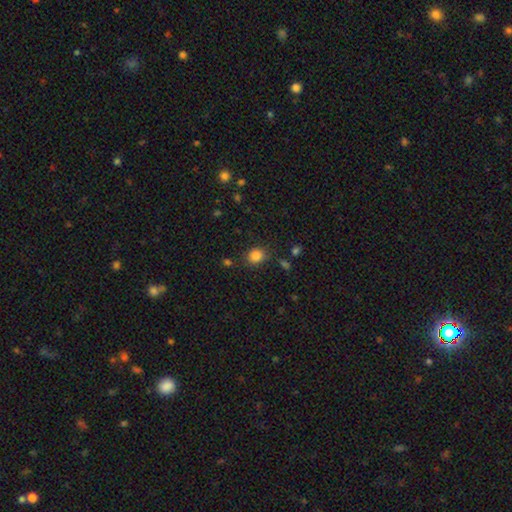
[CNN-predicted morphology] The model was most divided on "how rounded": round: 71%, in between: 28%, cigar-shaped: 1%. More confident: smooth or featured — smooth (84%); merging — none (81%).